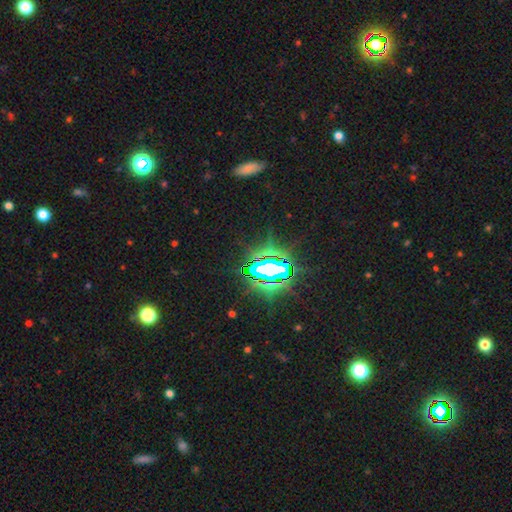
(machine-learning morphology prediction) smooth_or_featured: star or artifact (p=0.77) [alt: smooth p=0.12]